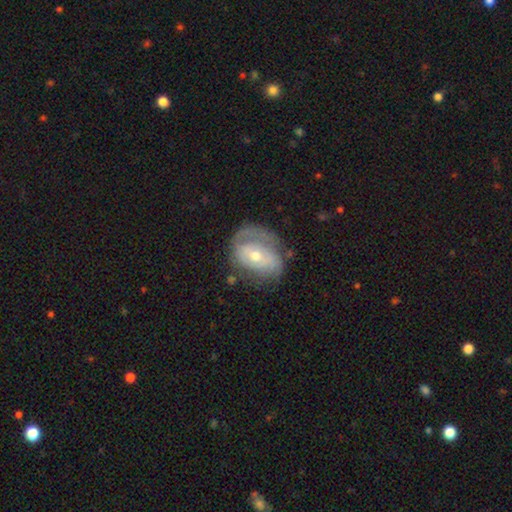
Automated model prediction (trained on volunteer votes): The model was most divided on "bulge size": moderate: 54%, small: 41%, large: 3%, none: 1%, dominant: 1%. Remaining: edge-on disk — no (96%); spiral arms — yes (66%); smooth or featured — featured or disk (66%); bar — no (59%); merging — none (48%).